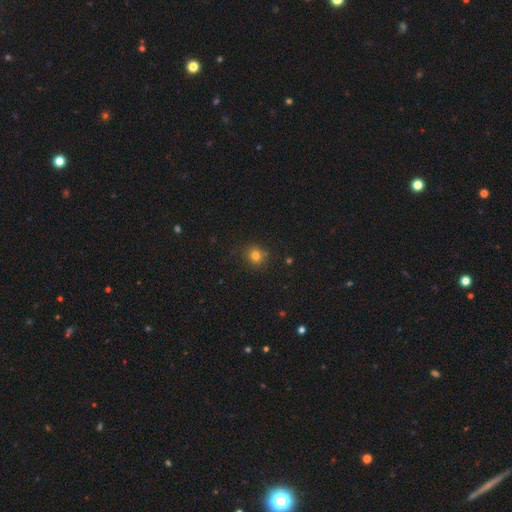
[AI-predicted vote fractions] A smooth galaxy with no disk features (78%) that is round (86%). Merging: none (83%).